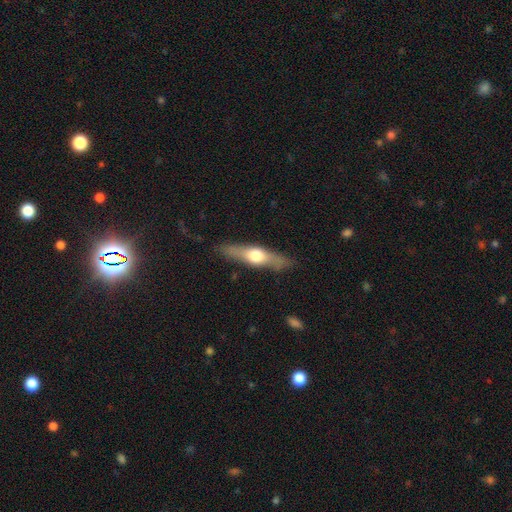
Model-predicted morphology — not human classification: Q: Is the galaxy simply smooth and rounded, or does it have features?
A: featured or disk — 55%.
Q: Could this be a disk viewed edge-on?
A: yes — 90%.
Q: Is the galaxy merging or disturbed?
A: none — 85%.